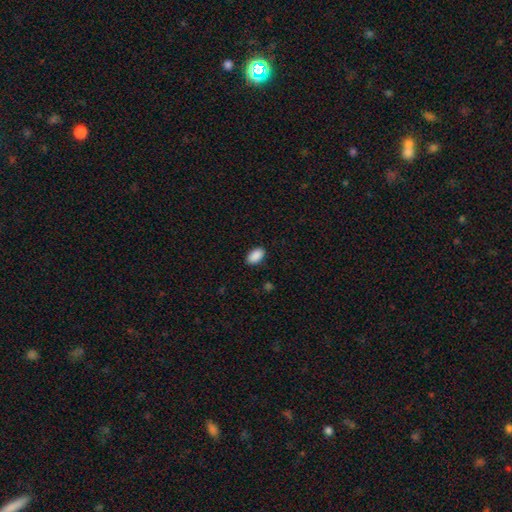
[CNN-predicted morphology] smooth 90%, star or artifact 7%, featured or disk 3%. Down the decision tree: how rounded — in between (94%); merging — none (88%).